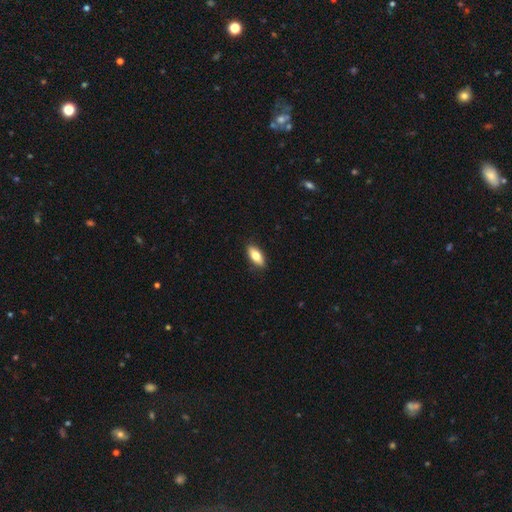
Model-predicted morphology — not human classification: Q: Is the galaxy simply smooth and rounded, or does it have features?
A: smooth — 74%.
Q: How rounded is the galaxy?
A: in between — 80%.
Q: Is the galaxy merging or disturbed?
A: none — 89%.